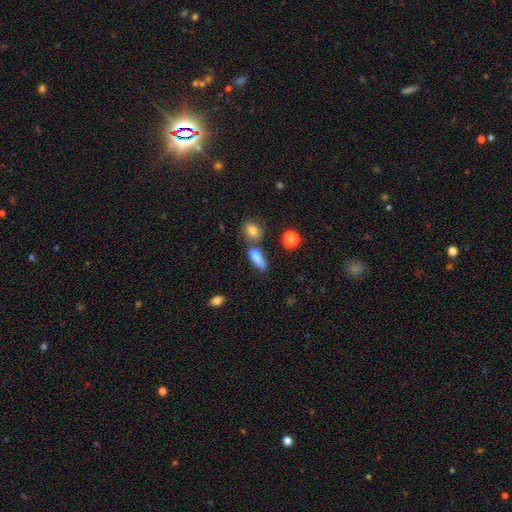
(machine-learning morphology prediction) This appears to be a smooth galaxy with no disk features (79%) that is in between round and cigar-shaped (52%). Merging: none (52%).